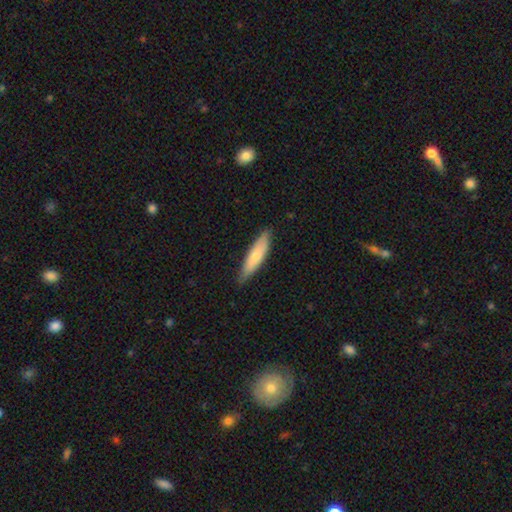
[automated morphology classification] Q: Smooth or featured?
A: smooth (69%); runner-up: featured or disk (26%)
Q: How rounded?
A: cigar-shaped (71%); runner-up: in between (28%)
Q: Merging?
A: none (81%); runner-up: minor disturbance (15%)